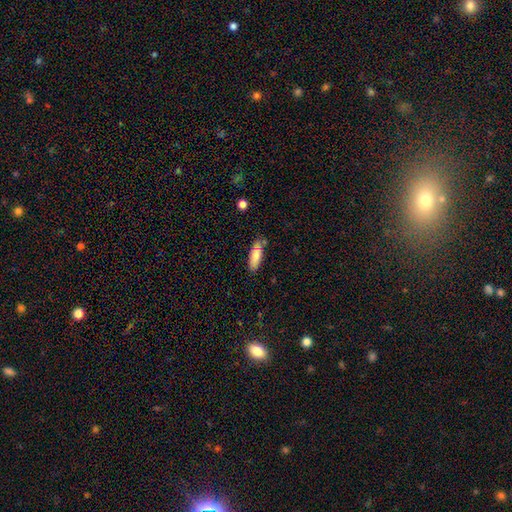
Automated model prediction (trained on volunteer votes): This appears to be a smooth galaxy with no disk features (79%) that is in between round and cigar-shaped (57%). Merging: none (73%).